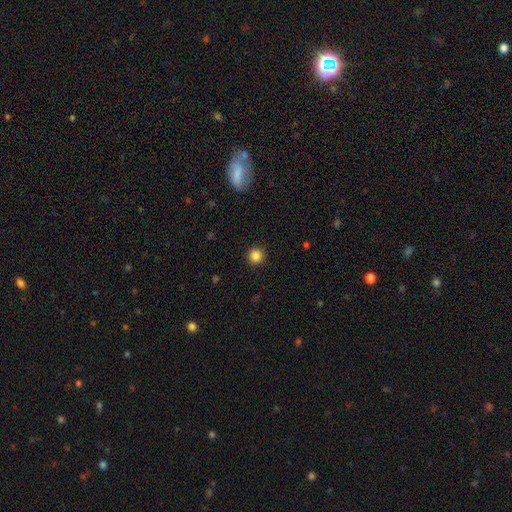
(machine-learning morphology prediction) Overall: smooth (85%). How rounded: round (95%). Merging: none (92%).